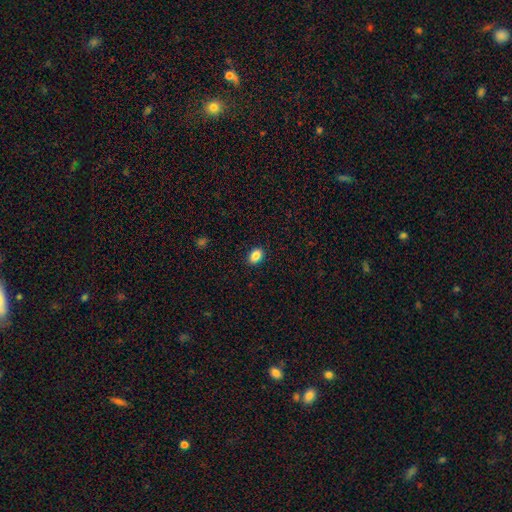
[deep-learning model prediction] Smooth or featured: smooth — 86% (star or artifact — 9%)
How rounded: in between — 78% (round — 21%)
Merging: none — 90% (minor disturbance — 7%)